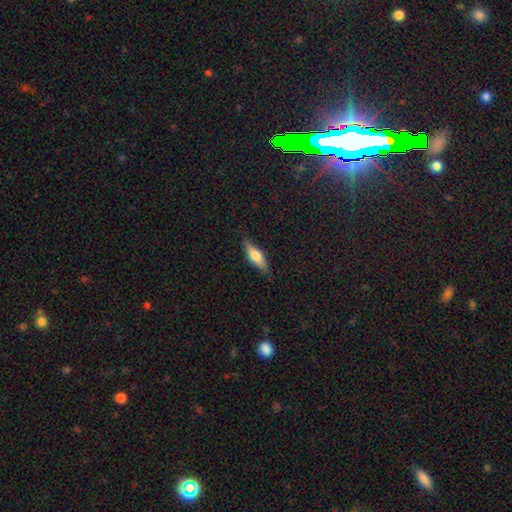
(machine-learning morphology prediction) Q: Smooth or featured?
A: smooth (56%); runner-up: featured or disk (37%)
Q: How rounded?
A: in between (49%); runner-up: cigar-shaped (48%)
Q: Merging?
A: none (84%); runner-up: minor disturbance (12%)